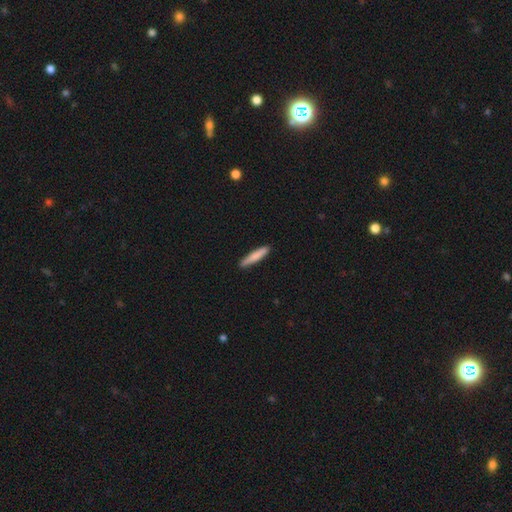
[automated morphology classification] The model was most divided on "smooth or featured": smooth: 81%, featured or disk: 14%, star or artifact: 5%. More confident: how rounded — cigar-shaped (91%); merging — none (88%).